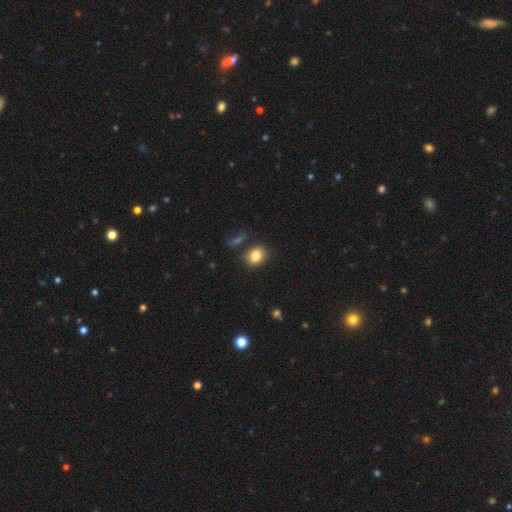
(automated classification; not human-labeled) smooth 83%, star or artifact 10%, featured or disk 7%. Down the decision tree: how rounded — in between (55%); merging — none (79%).